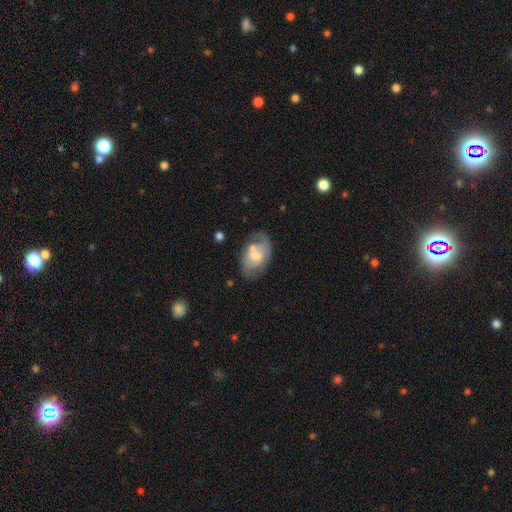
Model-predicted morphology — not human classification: Smooth or featured? featured or disk (47%, tied with smooth)
Merging? none (45%)